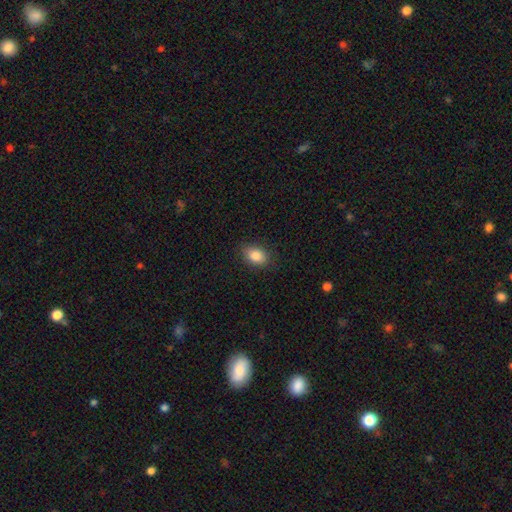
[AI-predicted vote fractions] smooth_or_featured: smooth (p=0.85) [alt: star or artifact p=0.08]
how_rounded: in between (p=0.79) [alt: round p=0.19]
merging: none (p=0.86) [alt: minor disturbance p=0.11]